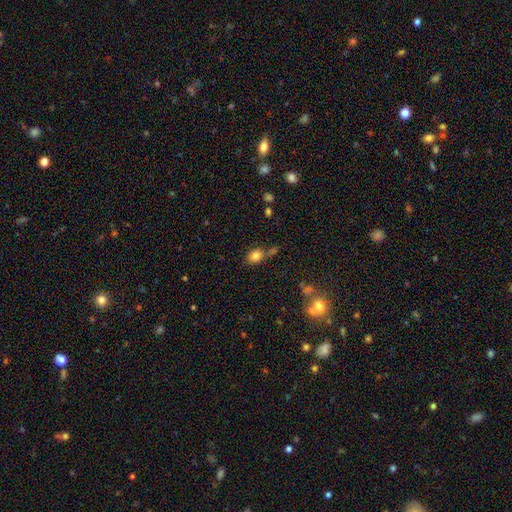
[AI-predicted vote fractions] A smooth galaxy with no disk features (81%) that is in between round and cigar-shaped (61%).

Vote fractions:
- Smooth or featured? smooth: 81% / star or artifact: 11% / featured or disk: 8%
- How rounded? in between: 61% / round: 38% / cigar-shaped: 2%
- Merging? none: 62% / merger: 17% / minor disturbance: 16% / major disturbance: 5%